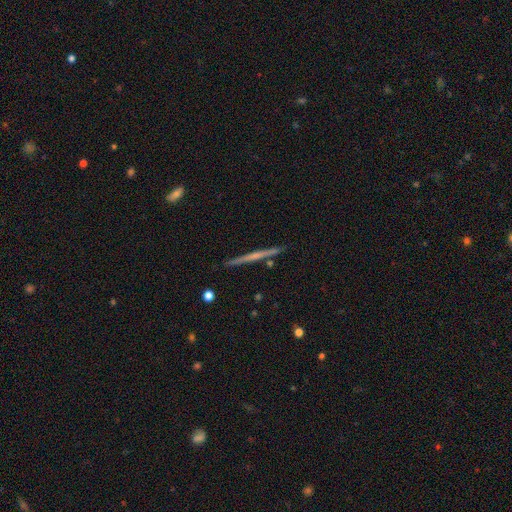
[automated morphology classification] This appears to be a featured or disk galaxy (62%) viewed edge-on (98%) with no central bulge (72%). Merging: none (91%).